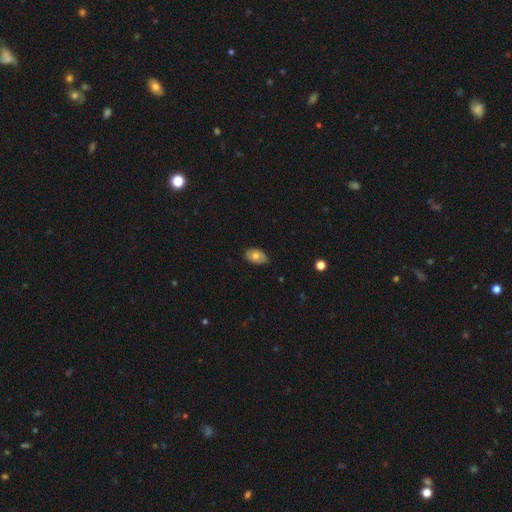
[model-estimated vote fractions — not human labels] smooth_or_featured: smooth (p=0.69) [alt: featured or disk p=0.23]
how_rounded: in between (p=0.88) [alt: round p=0.10]
merging: none (p=0.74) [alt: minor disturbance p=0.22]